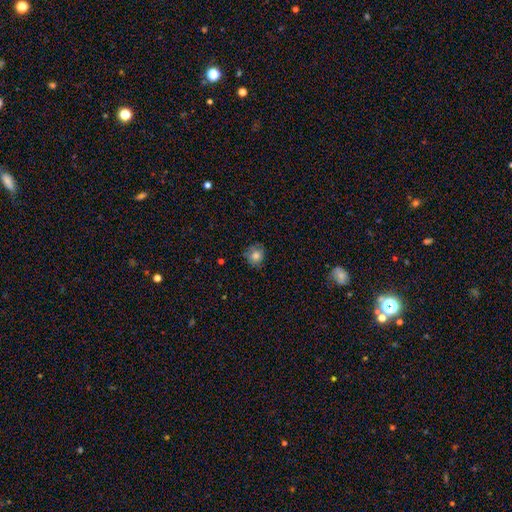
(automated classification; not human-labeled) A smooth galaxy with no disk features (80%) that is round (85%). Merging: none (76%).